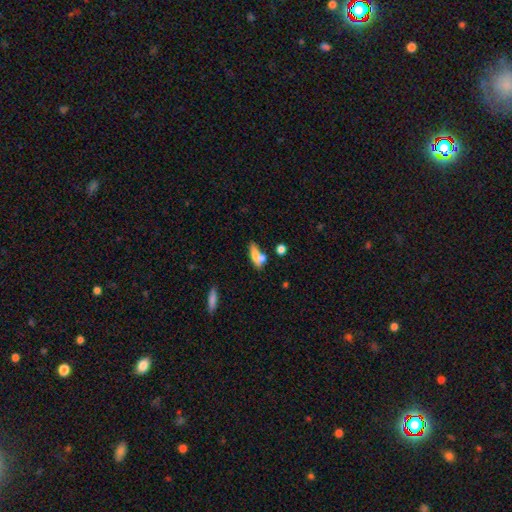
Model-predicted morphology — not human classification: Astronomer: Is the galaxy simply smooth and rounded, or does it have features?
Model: smooth — 70%.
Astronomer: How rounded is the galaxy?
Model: in between — 66%.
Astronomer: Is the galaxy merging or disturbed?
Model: merger — 36% (runner-up: none, 35%).